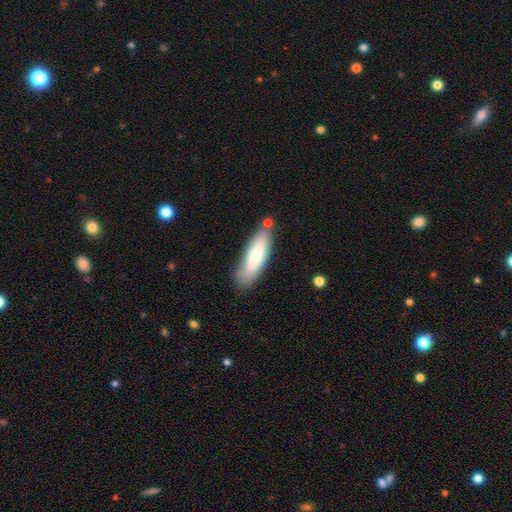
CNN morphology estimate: Smooth or featured?
  - smooth: 80% *
  - featured or disk: 14%
  - star or artifact: 6%
How rounded?
  - cigar-shaped: 50% *
  - in between: 49%
  - round: 2%
Merging?
  - none: 72% *
  - minor disturbance: 16%
  - merger: 7%
  - major disturbance: 4%